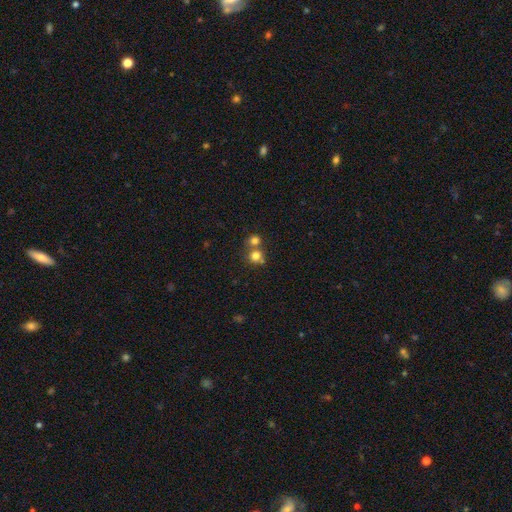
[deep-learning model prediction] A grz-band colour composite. It shows a smooth galaxy with no disk features (75%) that is round (87%). Merging: none (46%).